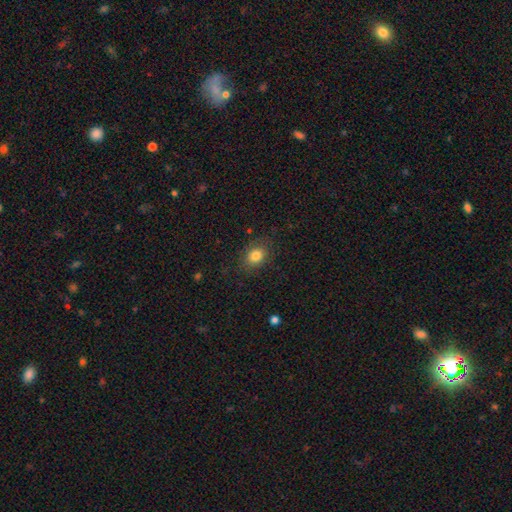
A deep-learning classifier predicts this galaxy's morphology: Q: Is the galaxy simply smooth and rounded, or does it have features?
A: smooth — 81%.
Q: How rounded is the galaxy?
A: in between — 58%.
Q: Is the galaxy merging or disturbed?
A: none — 81%.